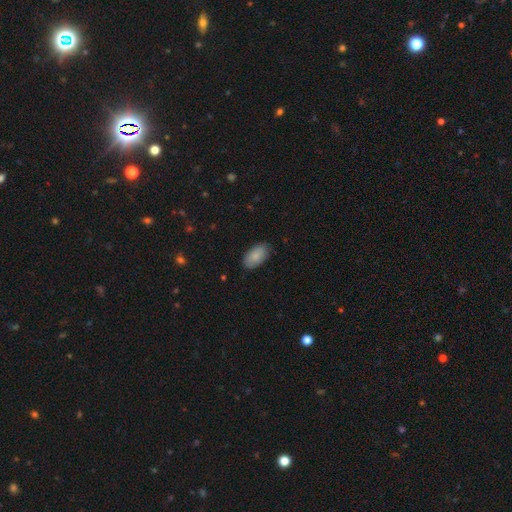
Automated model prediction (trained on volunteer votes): smooth-or-featured: smooth: 86% | featured or disk: 8% | star or artifact: 6%
  how-rounded: in between: 95% | round: 3% | cigar-shaped: 2%
  merging: none: 86% | minor disturbance: 11% | major disturbance: 2% | merger: 1%